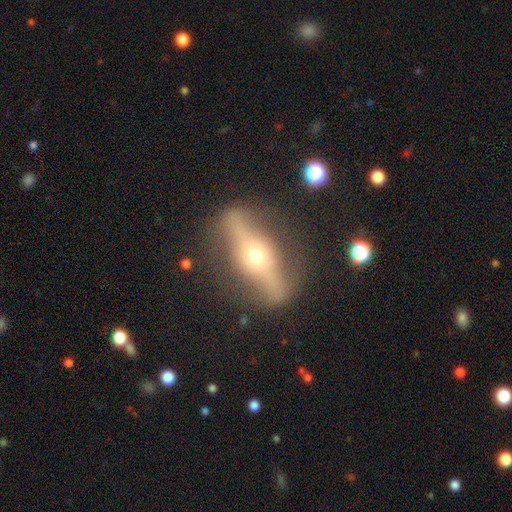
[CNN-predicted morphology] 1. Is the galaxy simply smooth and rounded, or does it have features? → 77% featured or disk, 17% smooth, 7% star or artifact.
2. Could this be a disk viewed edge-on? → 65% yes, 35% no.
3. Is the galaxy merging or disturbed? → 81% none, 11% minor disturbance, 6% major disturbance, 2% merger.